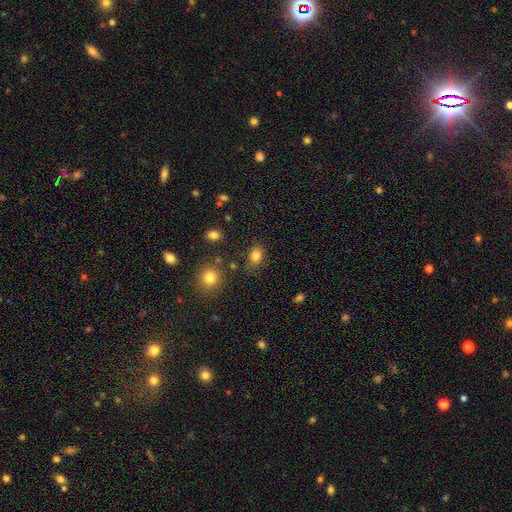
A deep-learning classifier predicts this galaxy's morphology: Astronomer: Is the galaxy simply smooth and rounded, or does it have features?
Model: smooth — 82%.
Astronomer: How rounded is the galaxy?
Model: in between — 58% (runner-up: round, 41%).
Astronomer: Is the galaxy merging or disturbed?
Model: none — 75%.